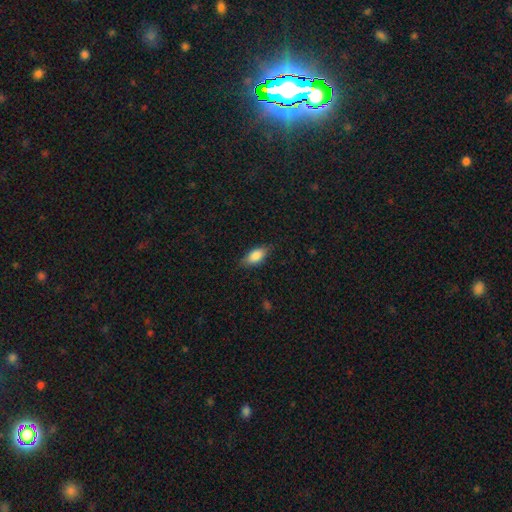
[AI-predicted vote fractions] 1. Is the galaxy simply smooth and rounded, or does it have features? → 83% smooth, 10% featured or disk, 7% star or artifact.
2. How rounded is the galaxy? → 88% in between, 9% cigar-shaped, 4% round.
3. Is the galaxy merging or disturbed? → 80% none, 16% minor disturbance, 3% major disturbance, 1% merger.